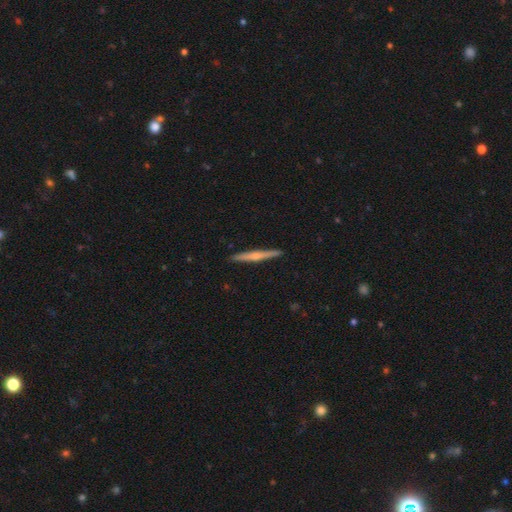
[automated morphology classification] Q: Smooth or featured?
A: featured or disk (63%); runner-up: smooth (31%)
Q: Edge-on disk?
A: yes (98%); runner-up: no (2%)
Q: Edge-on bulge?
A: rounded (82%); runner-up: none (14%)
Q: Merging?
A: none (92%); runner-up: minor disturbance (6%)